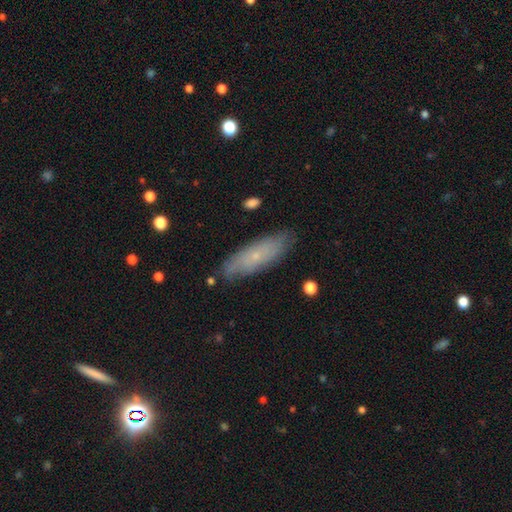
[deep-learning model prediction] Smooth or featured?
  - smooth: 53% *
  - featured or disk: 38%
  - star or artifact: 9%
How rounded?
  - in between: 53% *
  - cigar-shaped: 45%
  - round: 2%
Merging?
  - none: 81% *
  - minor disturbance: 14%
  - major disturbance: 3%
  - merger: 2%